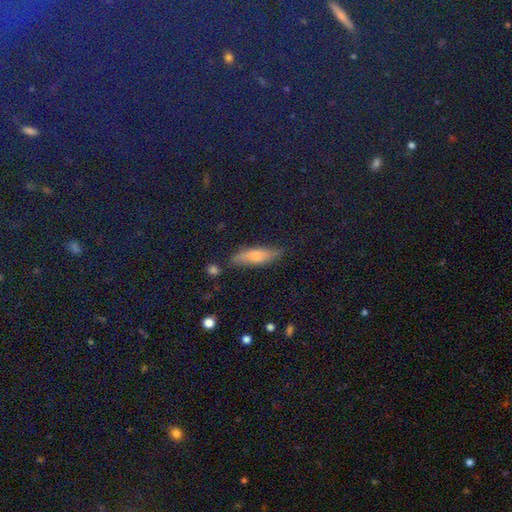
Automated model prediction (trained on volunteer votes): A smooth galaxy with no disk features (67%) that is cigar-shaped (58%). Merging: none (74%).